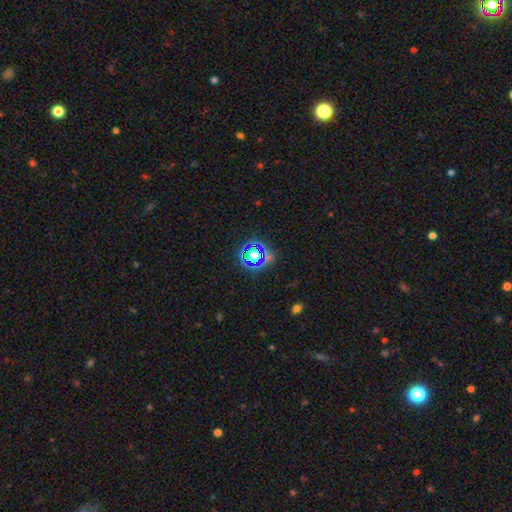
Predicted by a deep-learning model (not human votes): smooth-or-featured: star or artifact: 66% | smooth: 24% | featured or disk: 10%